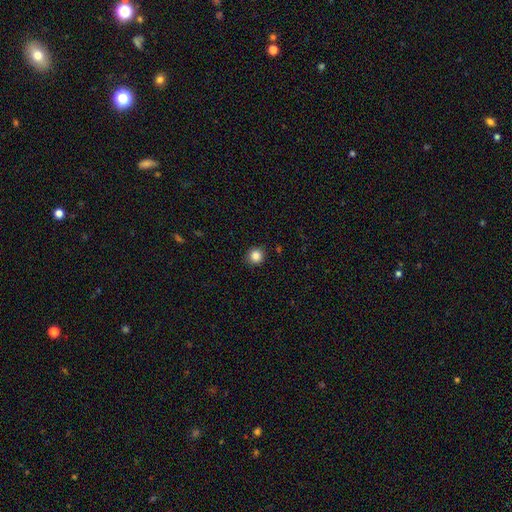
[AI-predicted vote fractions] Overall: smooth (85%). How rounded: round (93%). Merging: none (91%).